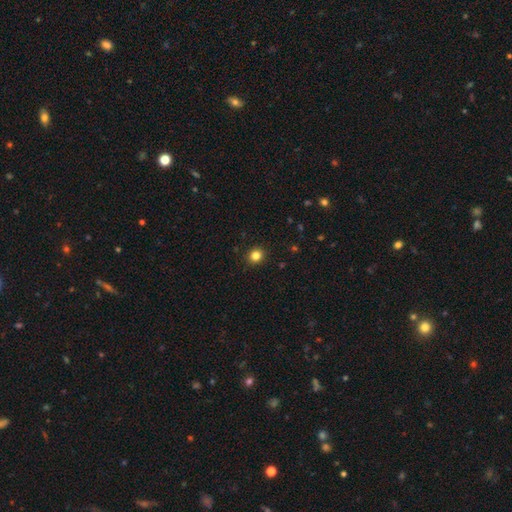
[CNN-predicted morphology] Smooth or featured?
  - smooth: 83% *
  - star or artifact: 13%
  - featured or disk: 4%
How rounded?
  - round: 84% *
  - in between: 15%
  - cigar-shaped: 1%
Merging?
  - none: 92% *
  - minor disturbance: 6%
  - major disturbance: 2%
  - merger: 1%